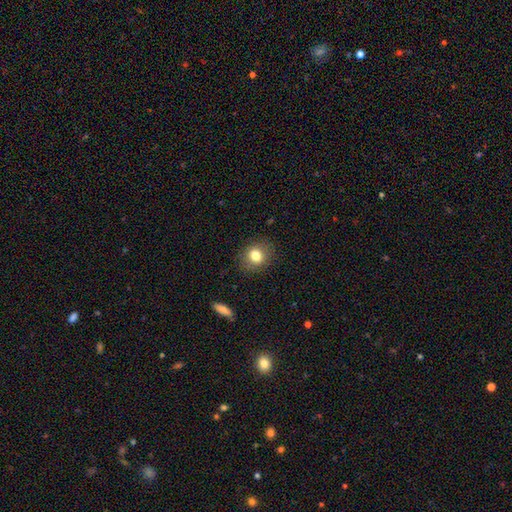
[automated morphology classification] type=smooth (79%); roundness=round (70%); merging=none (85%).